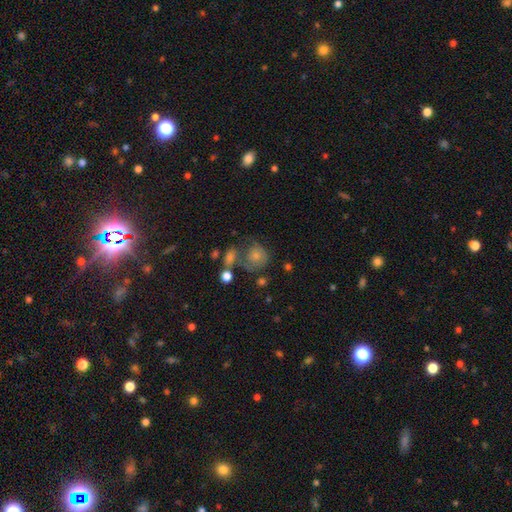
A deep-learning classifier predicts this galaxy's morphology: Smooth or featured? Predicted: smooth (p=0.46). Merging? Predicted: none (p=0.61).